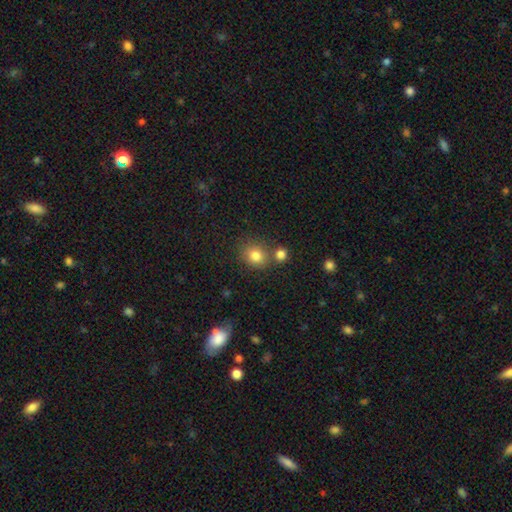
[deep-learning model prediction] Smooth or featured? Predicted: smooth (p=0.81). How rounded? Predicted: round (p=0.72). Merging? Predicted: none (p=0.67).